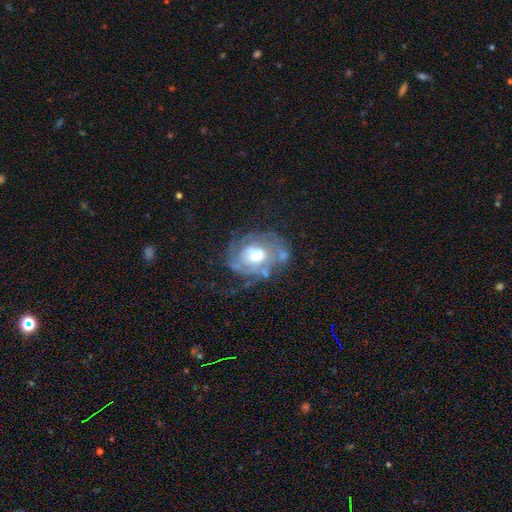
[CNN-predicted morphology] featured or disk 77%, smooth 16%, star or artifact 7%. Down the decision tree: edge-on disk — no (97%); bar — no (64%); spiral arms — yes (82%); spiral arm count — can't tell (44%); spiral winding — tight (56%); bulge size — moderate (65%); merging — none (49%).